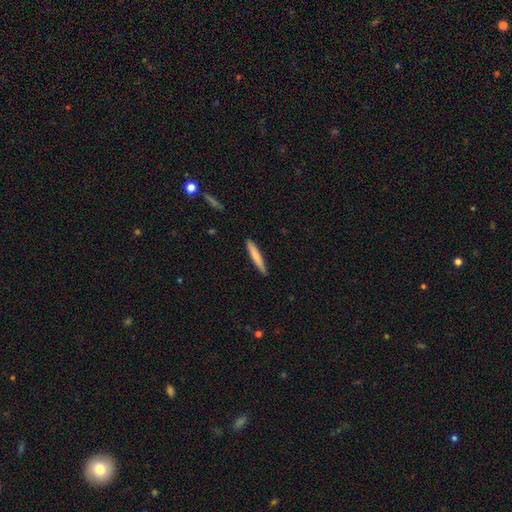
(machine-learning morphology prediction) This appears to be a smooth galaxy with no disk features (78%) that is cigar-shaped (93%). Merging: none (87%).